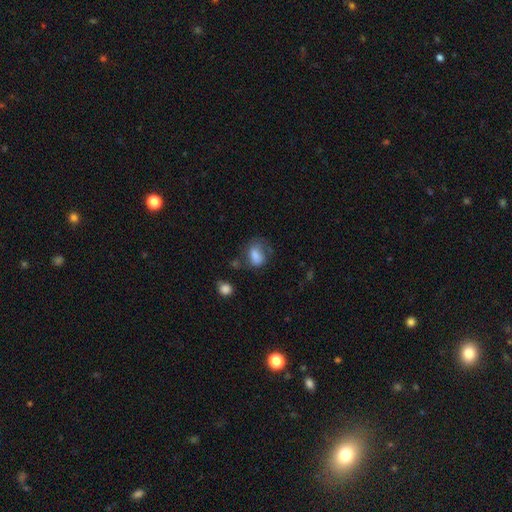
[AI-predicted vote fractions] Q: Smooth or featured?
A: smooth (78%); runner-up: featured or disk (13%)
Q: How rounded?
A: in between (76%); runner-up: round (22%)
Q: Merging?
A: none (43%); runner-up: minor disturbance (29%)